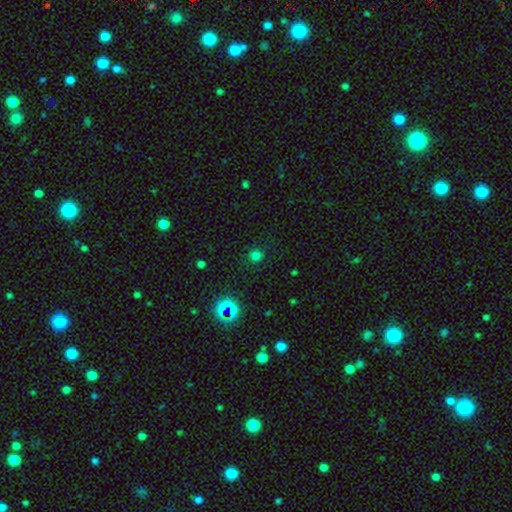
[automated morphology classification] A smooth galaxy with no disk features (72%) that is round (92%). Merging: none (87%).